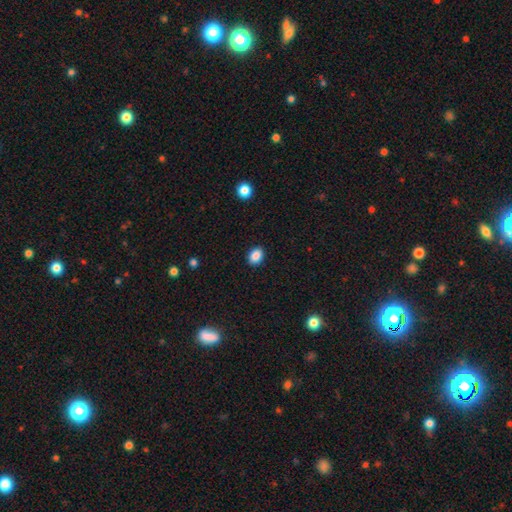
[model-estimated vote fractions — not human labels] A smooth galaxy with no disk features (87%) that is in between round and cigar-shaped (69%).

Vote fractions:
- Smooth or featured? smooth: 87% / star or artifact: 9% / featured or disk: 4%
- How rounded? in between: 69% / round: 30% / cigar-shaped: 1%
- Merging? none: 90% / minor disturbance: 7% / major disturbance: 2% / merger: 1%